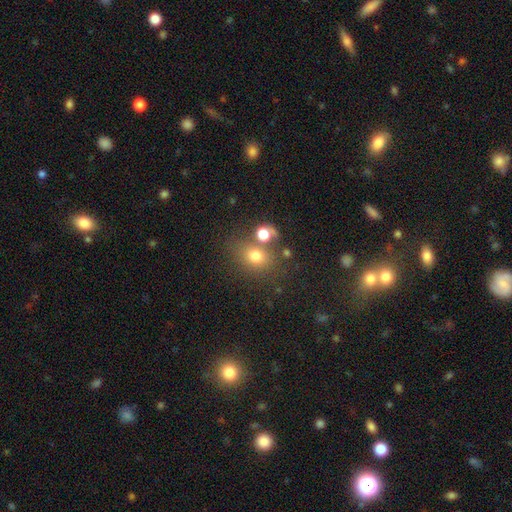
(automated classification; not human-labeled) This is likely a smooth galaxy (72%). How rounded: possibly round (59%). Merging: possibly none (59%).